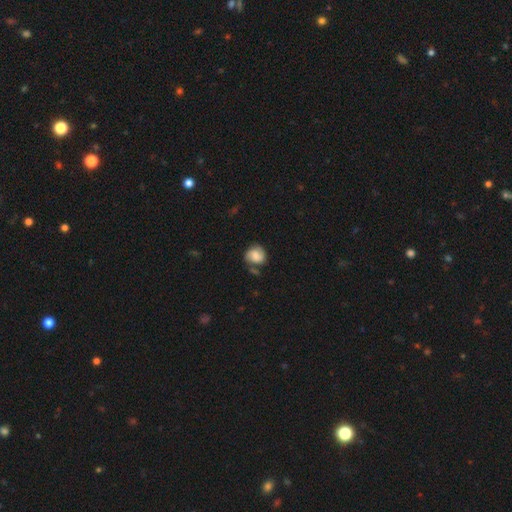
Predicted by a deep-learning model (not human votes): smooth_or_featured: smooth (p=0.50) [alt: featured or disk p=0.41]
merging: none (p=0.56) [alt: minor disturbance p=0.25]